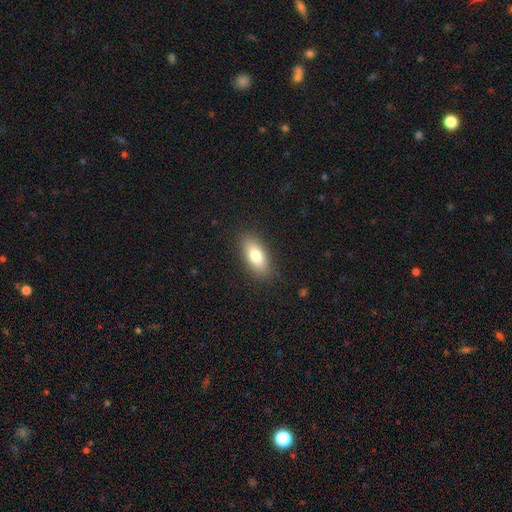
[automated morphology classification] Q: Smooth or featured?
A: smooth (79%); runner-up: featured or disk (14%)
Q: How rounded?
A: in between (83%); runner-up: cigar-shaped (13%)
Q: Merging?
A: none (86%); runner-up: minor disturbance (10%)